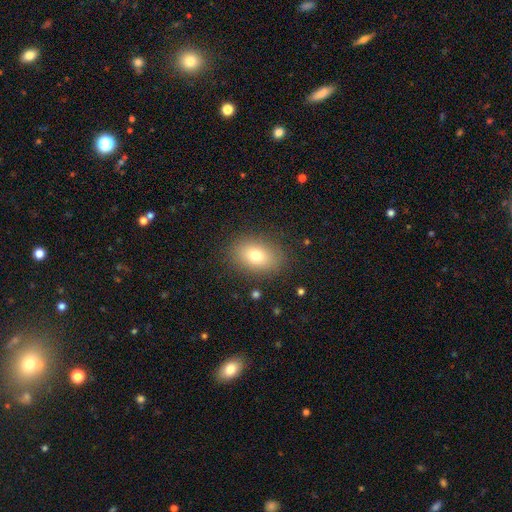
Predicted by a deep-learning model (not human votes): smooth-or-featured: smooth: 76% | featured or disk: 13% | star or artifact: 11%
  how-rounded: in between: 77% | round: 22% | cigar-shaped: 1%
  merging: none: 86% | minor disturbance: 9% | major disturbance: 4% | merger: 1%